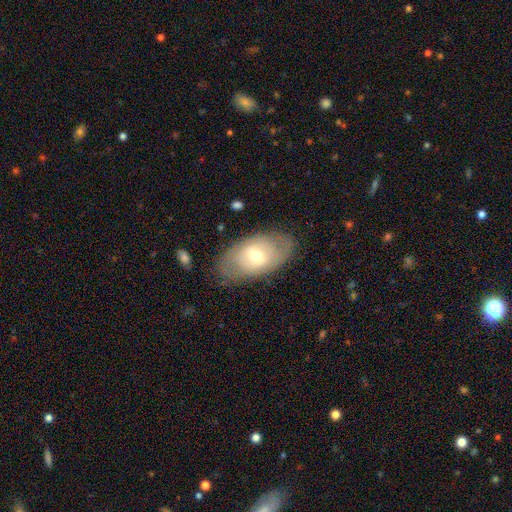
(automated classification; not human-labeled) This appears to be a smooth galaxy with no disk features (50%). Merging: none (78%).